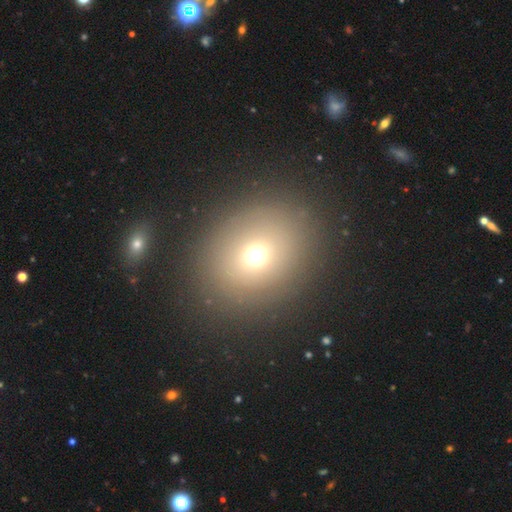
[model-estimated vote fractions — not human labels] This is likely a smooth galaxy (67%). How rounded: likely round (62%). Merging: clearly none (84%).